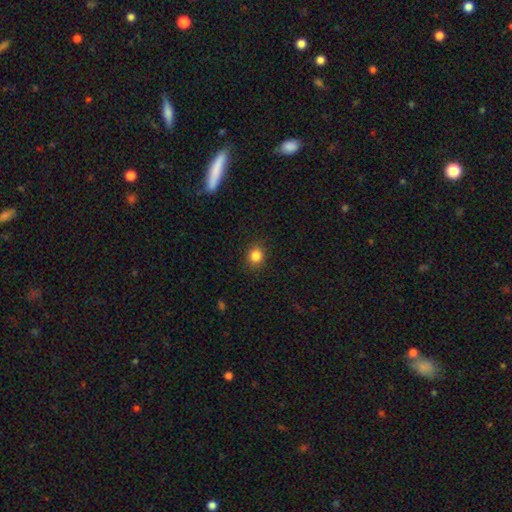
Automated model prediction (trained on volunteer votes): The model was most divided on "how rounded": round: 74%, in between: 26%, cigar-shaped: 1%. More confident: merging — none (89%); smooth or featured — smooth (84%).